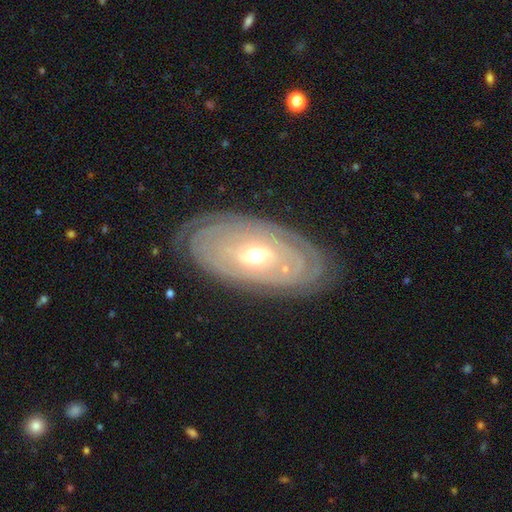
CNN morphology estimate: smooth-or-featured: featured or disk: 82% | smooth: 12% | star or artifact: 6%
  disk-edge-on: no: 91% | yes: 9%
    bar: no: 70% | weak: 21% | strong: 10%
    has-spiral-arms: yes: 87% | no: 13%
      spiral-winding: tight: 87% | medium: 10% | loose: 3%
      spiral-arm-count: can't tell: 52% | 2: 13% | 3: 11% | 4: 10% | more than 4: 9% | 1: 5%
    bulge-size: moderate: 58% | small: 37% | large: 3% | dominant: 1% | none: 1%
  merging: none: 82% | minor disturbance: 13% | major disturbance: 4% | merger: 1%